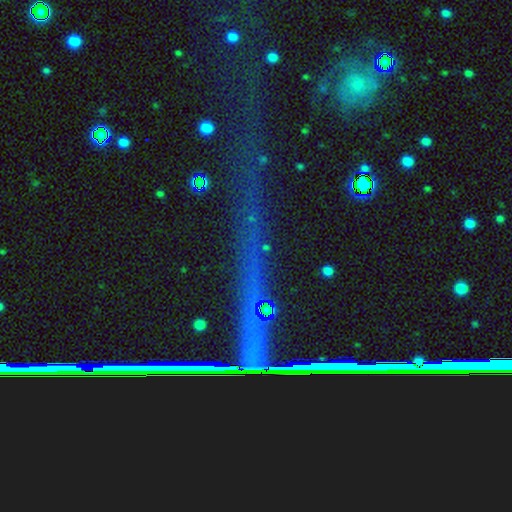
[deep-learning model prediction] Q: Smooth or featured?
A: star or artifact (74%); runner-up: featured or disk (15%)